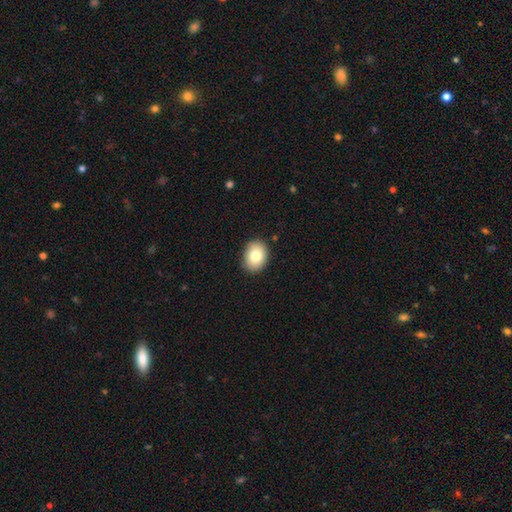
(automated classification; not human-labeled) The model was most divided on "how rounded": in between: 63%, round: 36%, cigar-shaped: 1%. More confident: merging — none (88%); smooth or featured — smooth (80%).